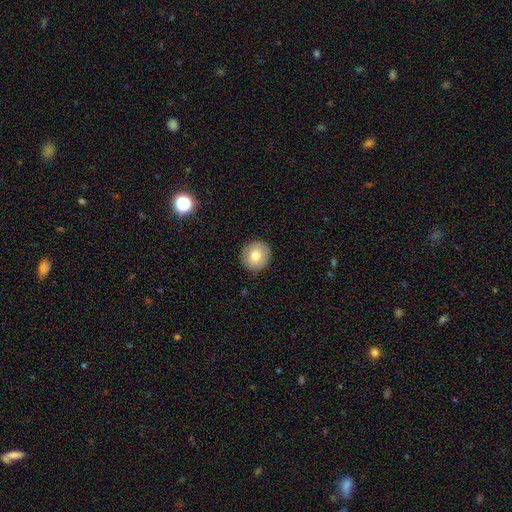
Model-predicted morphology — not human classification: The model was most divided on "smooth or featured": smooth: 76%, featured or disk: 15%, star or artifact: 9%. More confident: how rounded — round (90%); merging — none (90%).